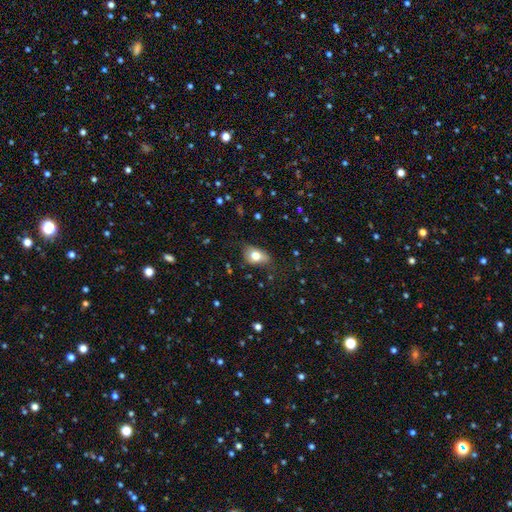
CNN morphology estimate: smooth 74%, featured or disk 18%, star or artifact 9%. Down the decision tree: how rounded — in between (80%); merging — none (60%).